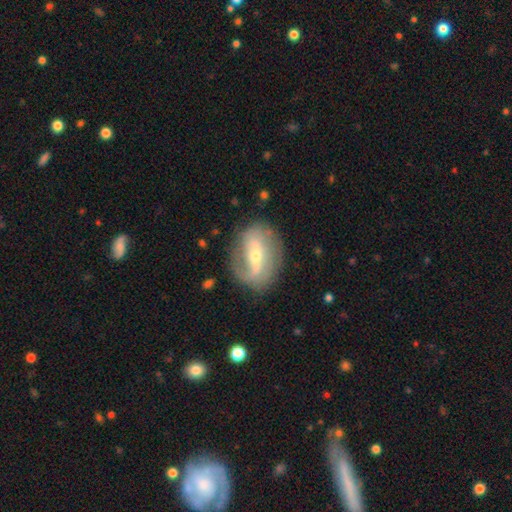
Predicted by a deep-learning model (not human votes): A featured or disk galaxy (73%) with a strong bar (44%), spiral arms (73%) and a small central bulge (53%). Merging: none (72%).